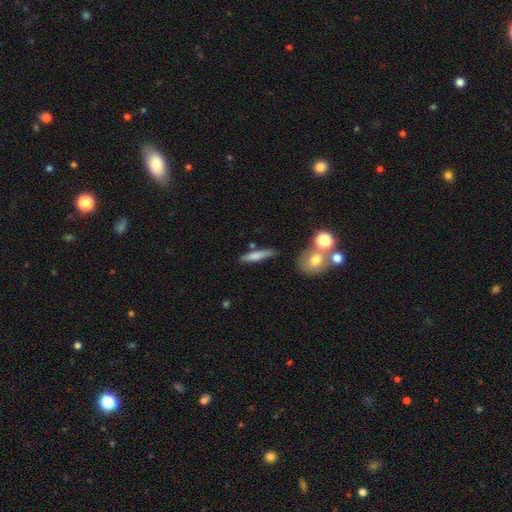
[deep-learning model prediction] Smooth or featured: smooth — 70% (featured or disk — 23%)
How rounded: cigar-shaped — 85% (in between — 12%)
Merging: none — 78% (minor disturbance — 12%)